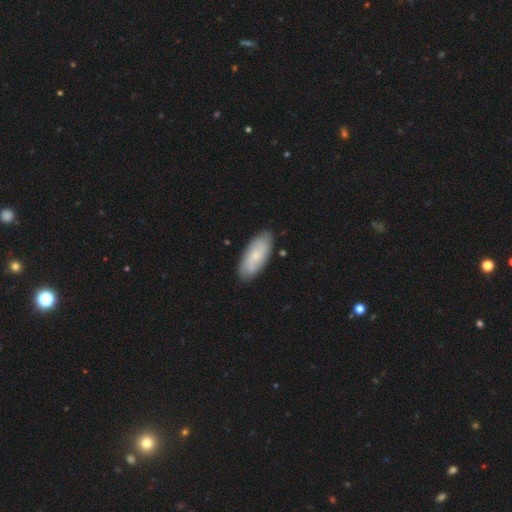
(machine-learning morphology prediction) smooth-or-featured: smooth: 62% | featured or disk: 32% | star or artifact: 6%
  how-rounded: in between: 84% | cigar-shaped: 14% | round: 2%
  merging: none: 84% | minor disturbance: 12% | major disturbance: 2% | merger: 2%